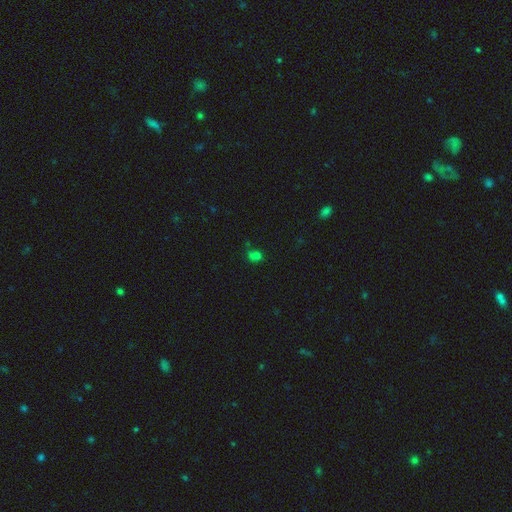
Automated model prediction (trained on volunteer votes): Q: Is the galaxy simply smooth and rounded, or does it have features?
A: smooth — 64%.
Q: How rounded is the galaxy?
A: round — 56%.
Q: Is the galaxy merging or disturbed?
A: none — 50%.